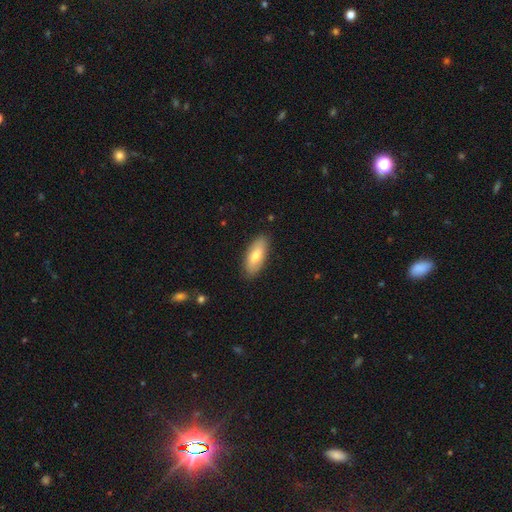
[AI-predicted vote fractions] The model was most divided on "smooth or featured": smooth: 72%, featured or disk: 22%, star or artifact: 6%. More confident: merging — none (87%); how rounded — in between (80%).